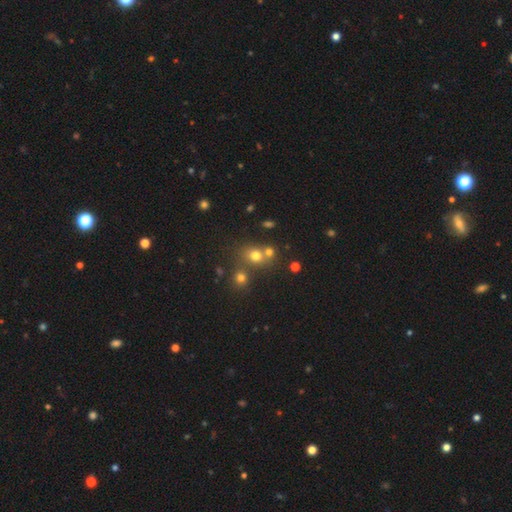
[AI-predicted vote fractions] Morphology: type=smooth (70%); roundness=round (72%); merging=none (53%).